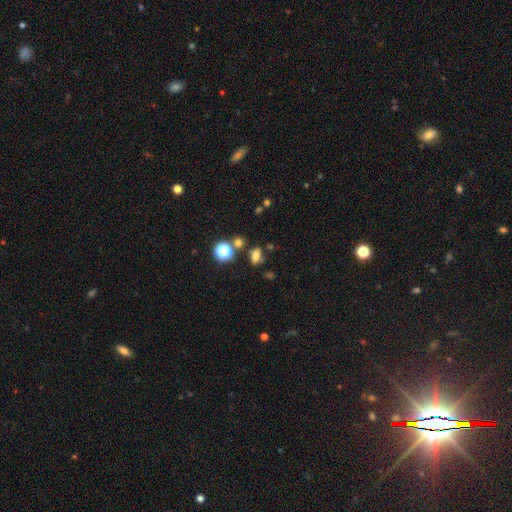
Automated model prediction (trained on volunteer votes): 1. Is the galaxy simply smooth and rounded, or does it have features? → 70% smooth, 21% star or artifact, 9% featured or disk.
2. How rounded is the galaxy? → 73% in between, 23% round, 3% cigar-shaped.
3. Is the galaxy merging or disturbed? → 70% none, 14% minor disturbance, 11% merger, 5% major disturbance.